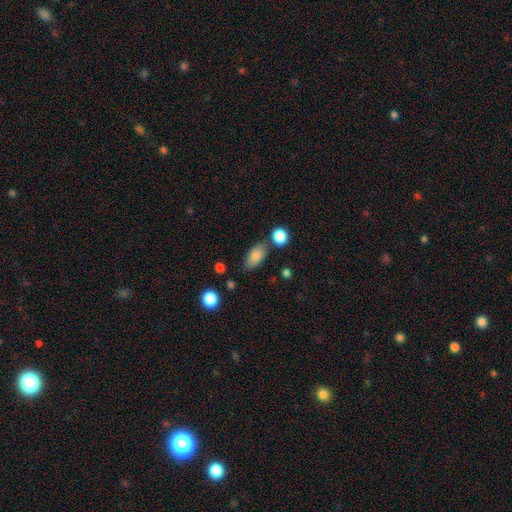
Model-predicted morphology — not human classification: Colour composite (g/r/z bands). It shows a smooth galaxy with no disk features (83%) that is in between round and cigar-shaped (89%). Merging: none (70%).